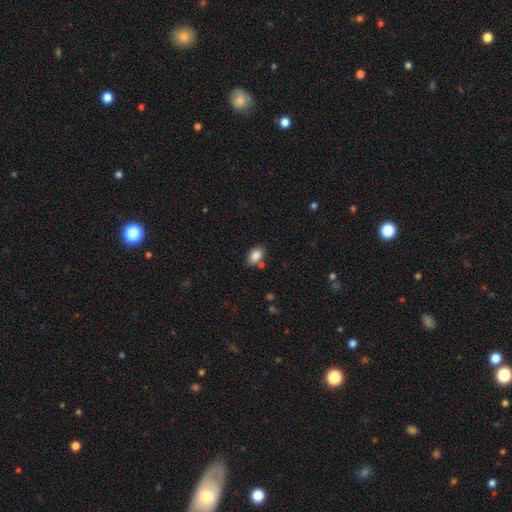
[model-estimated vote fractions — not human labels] Overall: smooth (86%). How rounded: in between (88%). Merging: none (69%).